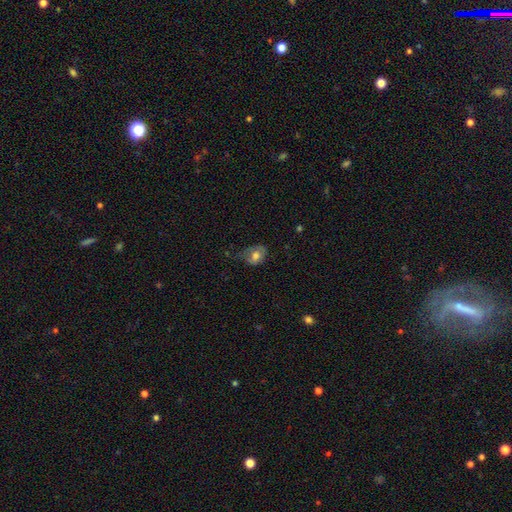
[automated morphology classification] Smooth or featured? Predicted: smooth (p=0.65). How rounded? Predicted: in between (p=0.67). Merging? Predicted: minor disturbance (p=0.37).